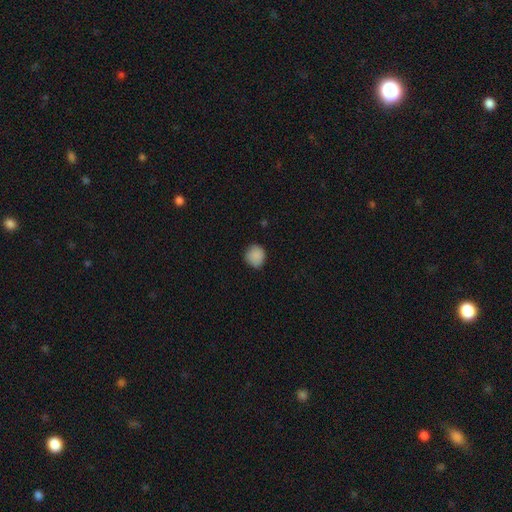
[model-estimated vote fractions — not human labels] A smooth galaxy with no disk features (89%) that is round (88%). Merging: none (85%).